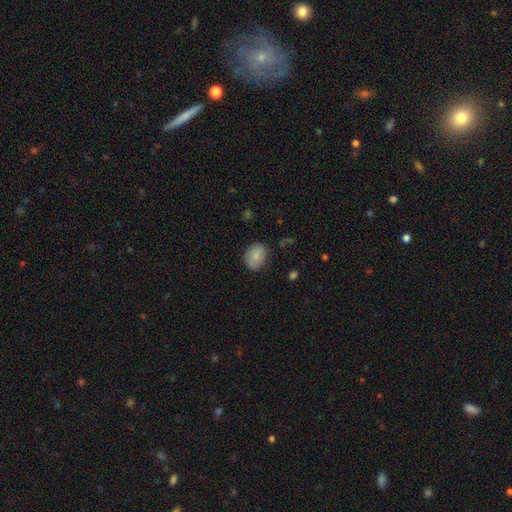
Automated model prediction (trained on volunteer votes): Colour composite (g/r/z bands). It shows a smooth galaxy with no disk features (82%) that is in between round and cigar-shaped (62%). Merging: none (81%).